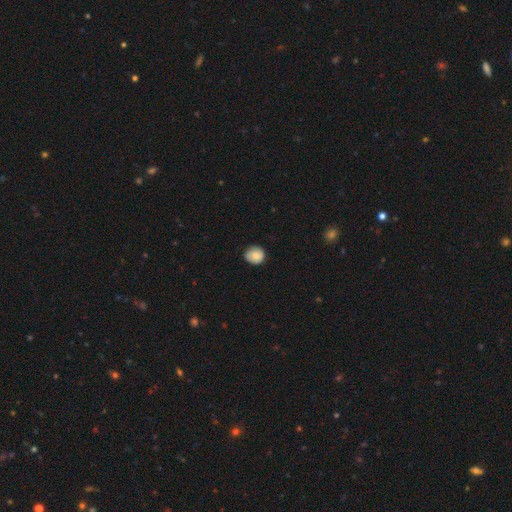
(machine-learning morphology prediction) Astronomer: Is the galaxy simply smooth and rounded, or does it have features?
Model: smooth — 82%.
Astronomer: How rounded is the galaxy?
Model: round — 89%.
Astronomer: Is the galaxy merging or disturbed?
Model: none — 81%.